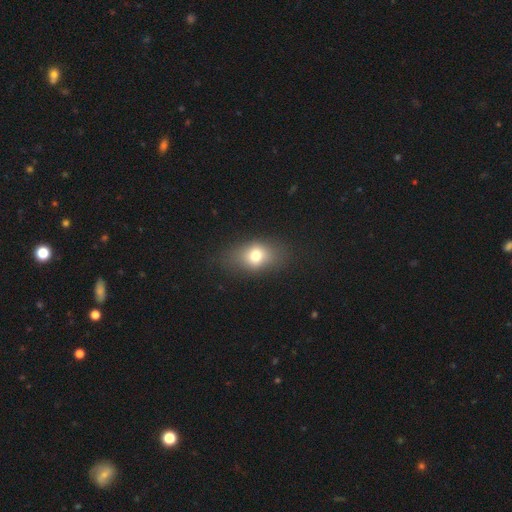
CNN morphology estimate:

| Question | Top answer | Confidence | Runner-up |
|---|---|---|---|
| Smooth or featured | smooth | 73% | featured or disk (15%) |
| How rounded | in between | 67% | round (31%) |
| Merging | none | 76% | minor disturbance (15%) |